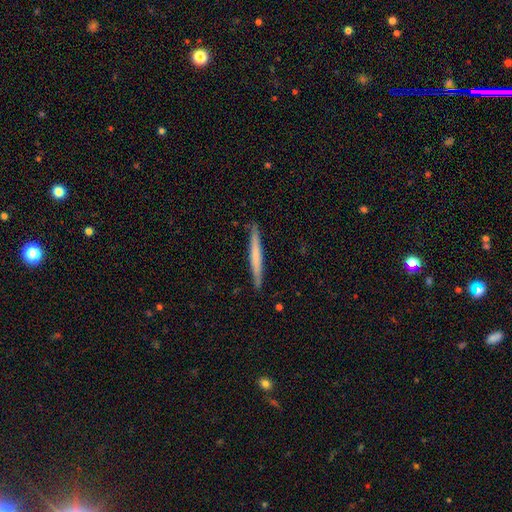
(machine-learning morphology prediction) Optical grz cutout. It shows a smooth galaxy with no disk features (55%) that is cigar-shaped (97%). Merging: none (90%).